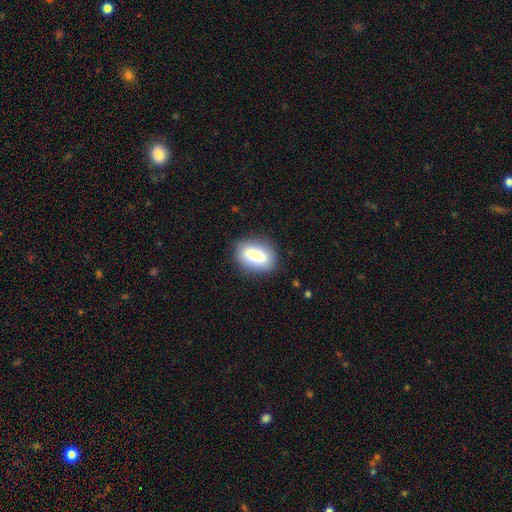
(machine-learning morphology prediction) smooth 78%, featured or disk 15%, star or artifact 8%. Down the decision tree: how rounded — in between (84%); merging — none (82%).